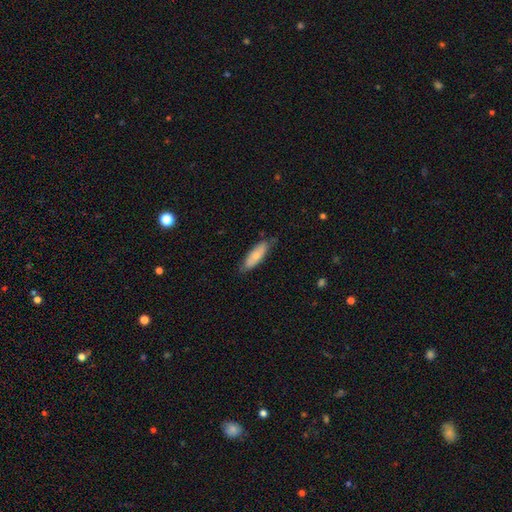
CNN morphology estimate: smooth_or_featured: smooth (p=0.71) [alt: featured or disk p=0.24]
how_rounded: in between (p=0.56) [alt: cigar-shaped p=0.42]
merging: none (p=0.74) [alt: minor disturbance p=0.21]